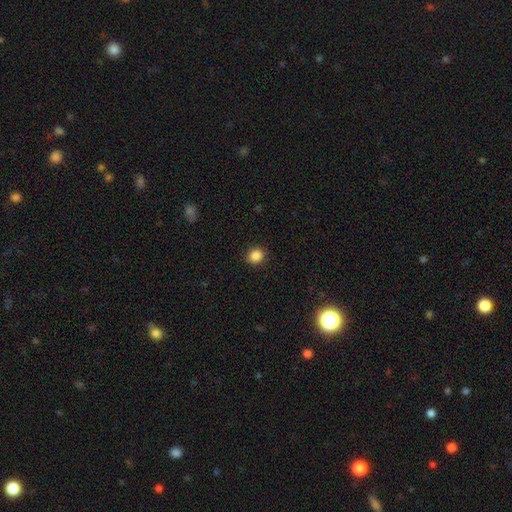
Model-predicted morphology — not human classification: Smooth or featured? smooth (86%)
How rounded? round (79%)
Merging? none (91%)